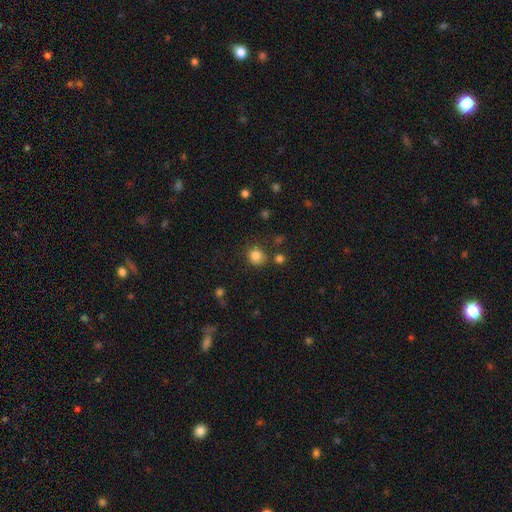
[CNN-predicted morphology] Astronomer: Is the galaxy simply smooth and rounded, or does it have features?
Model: smooth — 84%.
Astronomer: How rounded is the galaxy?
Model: round — 83%.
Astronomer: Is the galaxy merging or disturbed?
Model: none — 77%.